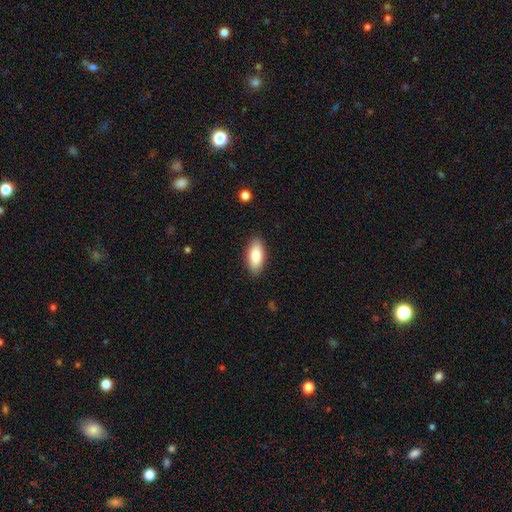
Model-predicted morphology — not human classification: type=smooth (82%); roundness=in between (89%); merging=none (88%).